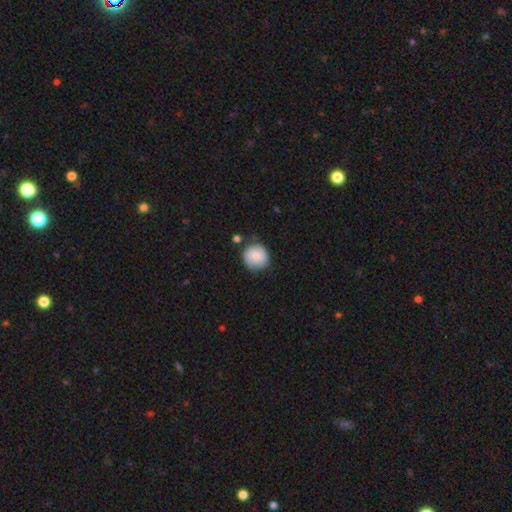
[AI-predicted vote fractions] Morphology: type=smooth (76%); roundness=round (90%); merging=none (75%).